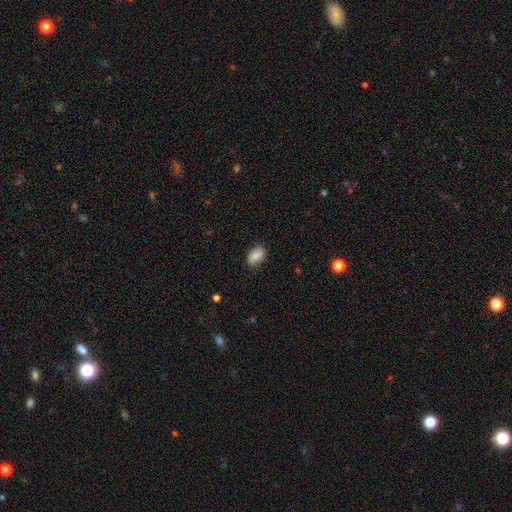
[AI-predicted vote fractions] A smooth galaxy with no disk features (80%) that is in between round and cigar-shaped (90%). Merging: none (85%).